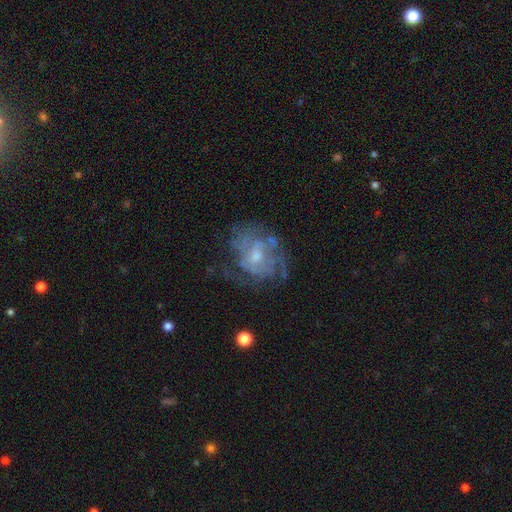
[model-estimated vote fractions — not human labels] A featured or disk galaxy (72%) with no bar (64%), spiral arms (58%) and a moderate central bulge (45%).

Vote fractions:
- Smooth or featured? featured or disk: 72% / smooth: 18% / star or artifact: 9%
- Edge-on disk? no: 97% / yes: 3%
- Bar? no: 64% / weak: 32% / strong: 5%
- Spiral arms? yes: 58% / no: 42%
- Bulge size? moderate: 45% / small: 42% / none: 8% / large: 3% / dominant: 1%
- Merging? none: 52% / major disturbance: 23% / minor disturbance: 22% / merger: 3%